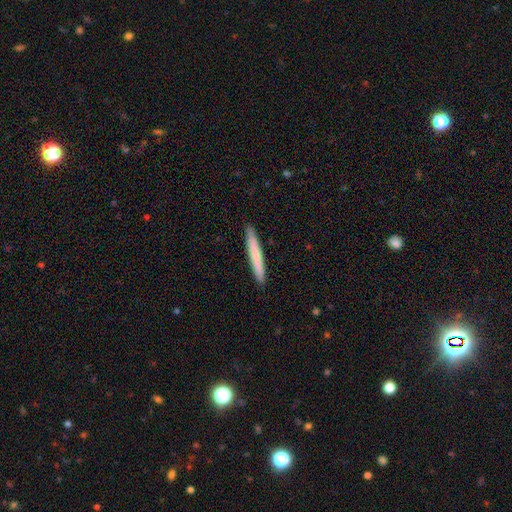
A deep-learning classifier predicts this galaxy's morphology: A smooth galaxy with no disk features (72%) that is cigar-shaped (97%). Merging: none (92%).